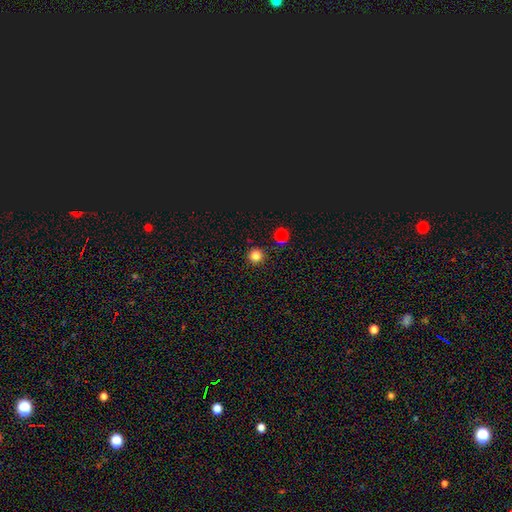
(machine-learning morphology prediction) smooth_or_featured: smooth (p=0.81) [alt: star or artifact p=0.15]
how_rounded: round (p=0.95) [alt: in between p=0.04]
merging: none (p=0.88) [alt: minor disturbance p=0.06]